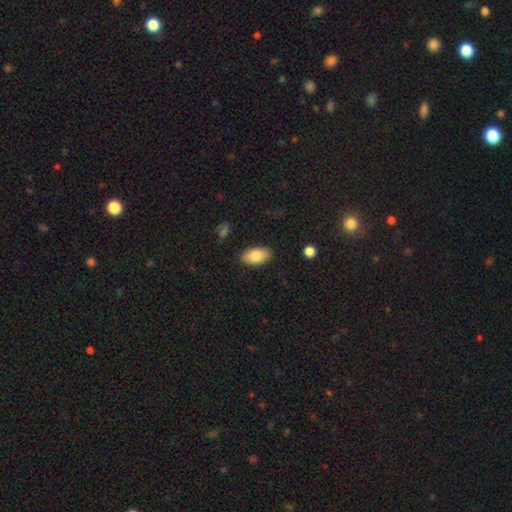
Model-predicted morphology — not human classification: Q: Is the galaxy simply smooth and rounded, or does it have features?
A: smooth — 83%.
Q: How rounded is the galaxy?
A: in between — 94%.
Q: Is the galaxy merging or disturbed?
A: none — 86%.